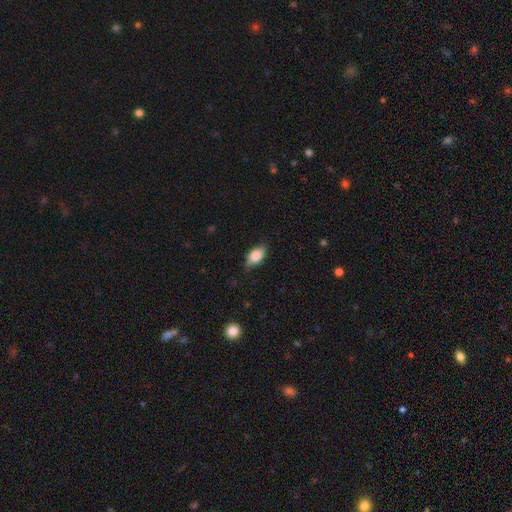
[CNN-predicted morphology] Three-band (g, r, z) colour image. It shows a smooth galaxy with no disk features (78%) that is in between round and cigar-shaped (87%). Merging: none (71%).